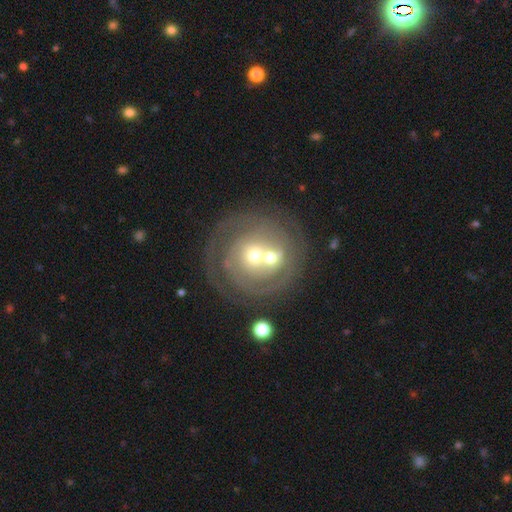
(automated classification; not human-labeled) A featured or disk galaxy (70%) with no bar (84%), spiral arms (65%) and a moderate central bulge (51%).

Vote fractions:
- Smooth or featured? featured or disk: 70% / smooth: 22% / star or artifact: 8%
- Edge-on disk? no: 97% / yes: 3%
- Bar? no: 84% / weak: 12% / strong: 4%
- Spiral arms? yes: 65% / no: 35%
- Bulge size? moderate: 51% / small: 38% / large: 7% / dominant: 2% / none: 2%
- Merging? none: 55% / merger: 23% / minor disturbance: 12% / major disturbance: 9%